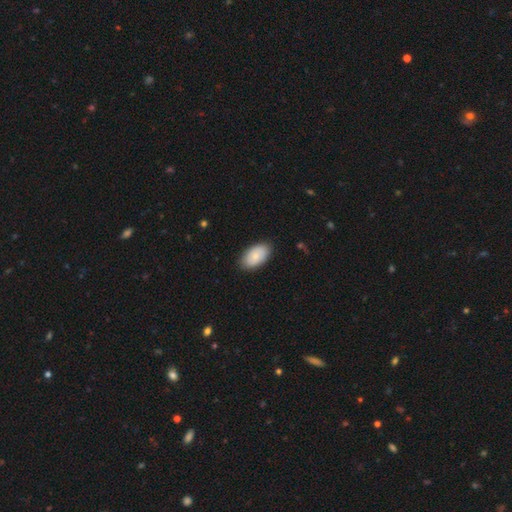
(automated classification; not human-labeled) smooth-or-featured: smooth: 81% | featured or disk: 13% | star or artifact: 6%
  how-rounded: in between: 95% | round: 3% | cigar-shaped: 2%
  merging: none: 86% | minor disturbance: 11% | major disturbance: 2% | merger: 1%